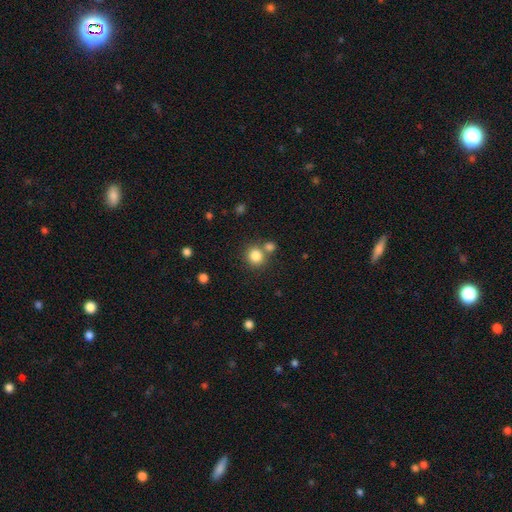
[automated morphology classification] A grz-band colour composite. It shows a smooth galaxy with no disk features (83%) that is round (88%). Merging: none (67%).